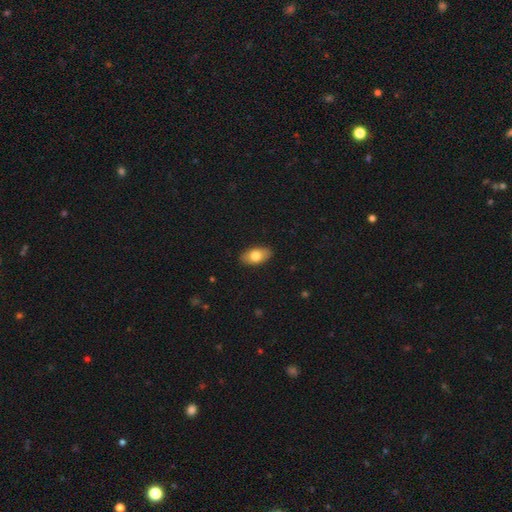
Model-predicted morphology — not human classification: A smooth galaxy with no disk features (75%) that is in between round and cigar-shaped (91%). Merging: none (88%).